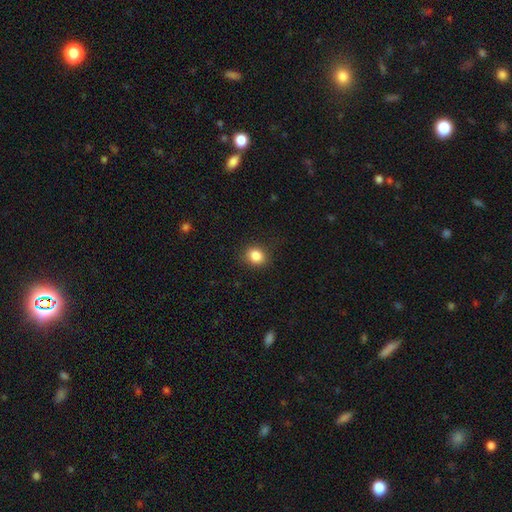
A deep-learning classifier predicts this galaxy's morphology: smooth_or_featured: smooth (p=0.85) [alt: star or artifact p=0.11]
how_rounded: round (p=0.72) [alt: in between p=0.27]
merging: none (p=0.87) [alt: minor disturbance p=0.09]